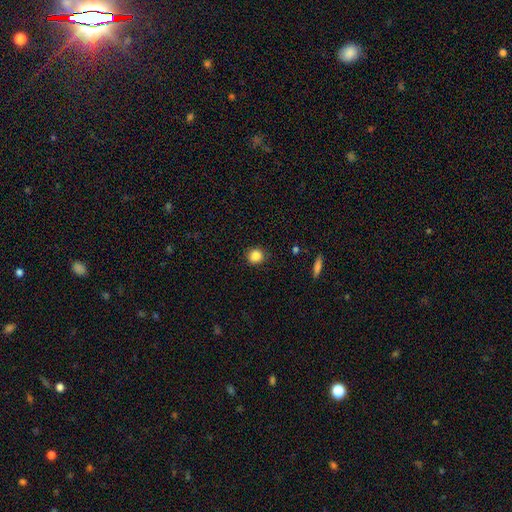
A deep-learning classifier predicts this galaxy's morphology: A smooth galaxy with no disk features (86%) that is round (88%). Merging: none (90%).